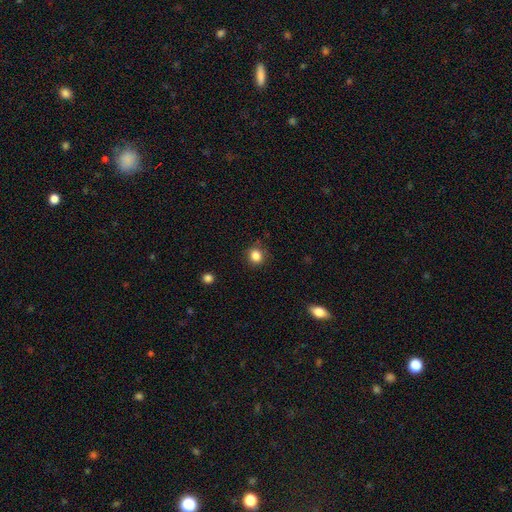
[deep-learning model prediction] A smooth galaxy with no disk features (85%) that is round (83%). Merging: none (86%).